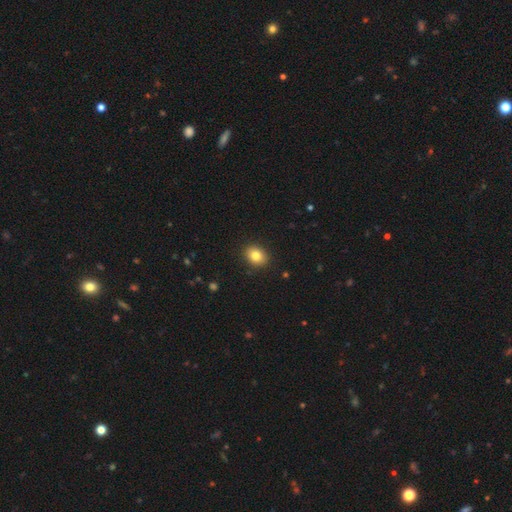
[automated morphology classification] smooth-or-featured: smooth: 83% | star or artifact: 9% | featured or disk: 8%
  how-rounded: in between: 54% | round: 45% | cigar-shaped: 1%
  merging: none: 90% | minor disturbance: 7% | major disturbance: 2% | merger: 1%